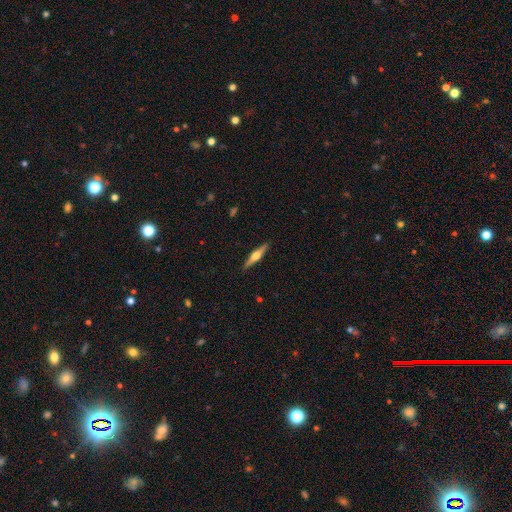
Smooth or featured? 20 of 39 (51%) said featured or disk. Edge-on disk? 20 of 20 (100%) said yes. Edge-on bulge? 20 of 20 (100%) said rounded. Merging? 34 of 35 (97%) said none.